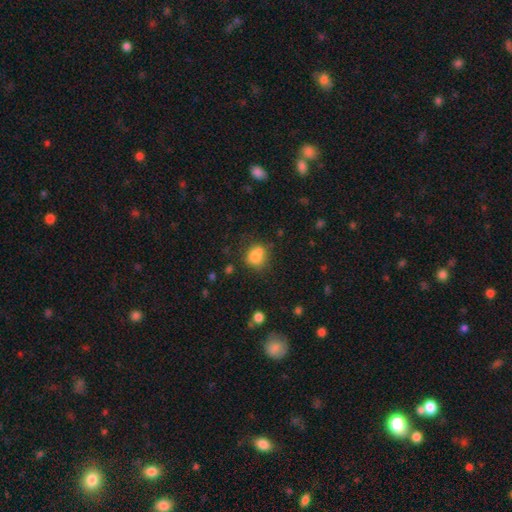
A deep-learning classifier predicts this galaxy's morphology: Smooth or featured? Predicted: smooth (p=0.75). How rounded? Predicted: round (p=0.69). Merging? Predicted: none (p=0.43).